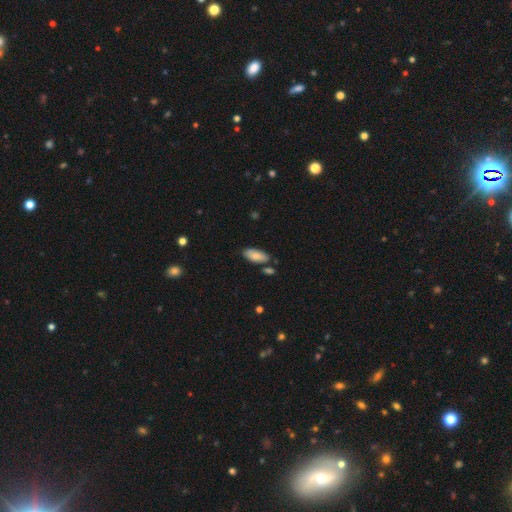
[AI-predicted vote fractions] Smooth or featured: smooth — 84% (featured or disk — 10%)
How rounded: in between — 87% (cigar-shaped — 12%)
Merging: none — 78% (minor disturbance — 14%)